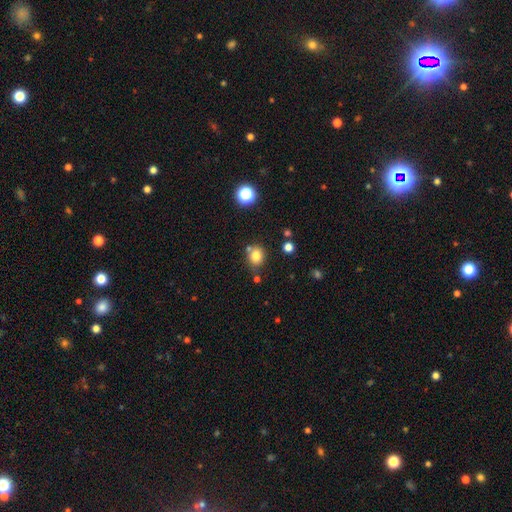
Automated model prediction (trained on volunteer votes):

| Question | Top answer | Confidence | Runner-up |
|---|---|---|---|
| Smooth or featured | smooth | 80% | star or artifact (13%) |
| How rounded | round | 72% | in between (27%) |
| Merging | none | 71% | minor disturbance (13%) |